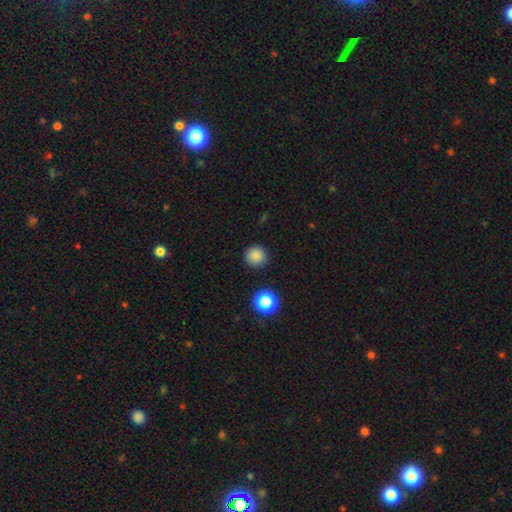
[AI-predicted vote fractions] This is clearly a smooth galaxy (85%). How rounded: clearly round (95%). Merging: clearly none (90%).